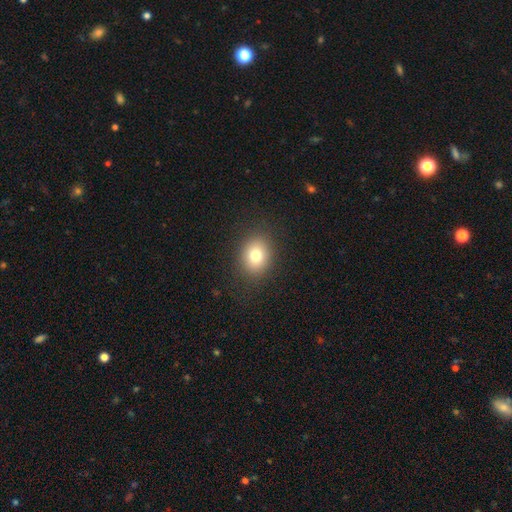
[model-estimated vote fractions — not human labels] smooth 78%, star or artifact 12%, featured or disk 10%. Down the decision tree: how rounded — round (54%); merging — none (87%).